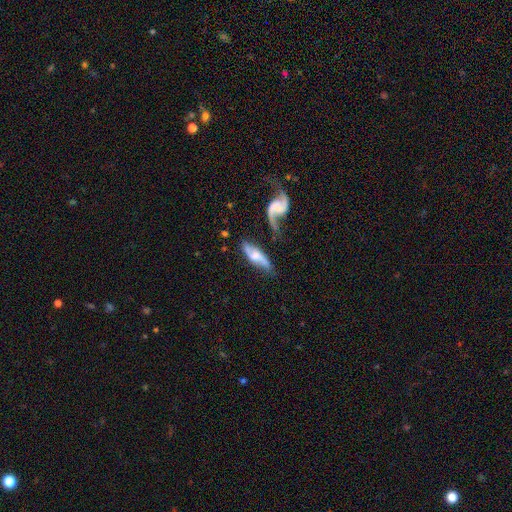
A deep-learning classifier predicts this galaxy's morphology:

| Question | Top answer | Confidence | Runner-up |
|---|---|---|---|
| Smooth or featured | featured or disk | 67% | smooth (27%) |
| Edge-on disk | no | 72% | yes (28%) |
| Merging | none | 51% | minor disturbance (24%) |